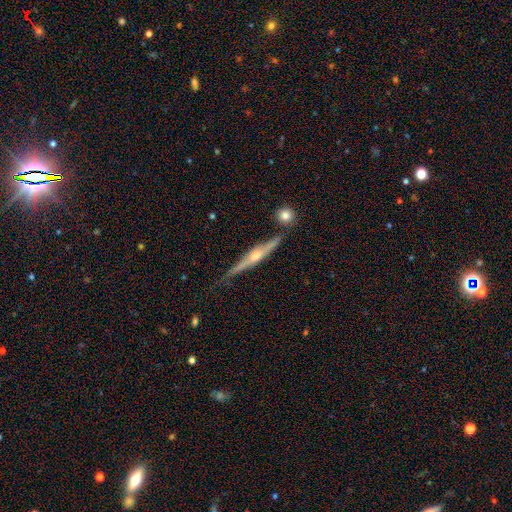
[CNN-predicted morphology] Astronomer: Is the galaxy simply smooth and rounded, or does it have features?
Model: featured or disk — 80%.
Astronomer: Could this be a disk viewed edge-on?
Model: yes — 96%.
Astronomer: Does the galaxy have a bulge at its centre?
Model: rounded — 88%.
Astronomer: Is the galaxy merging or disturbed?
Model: none — 74%.